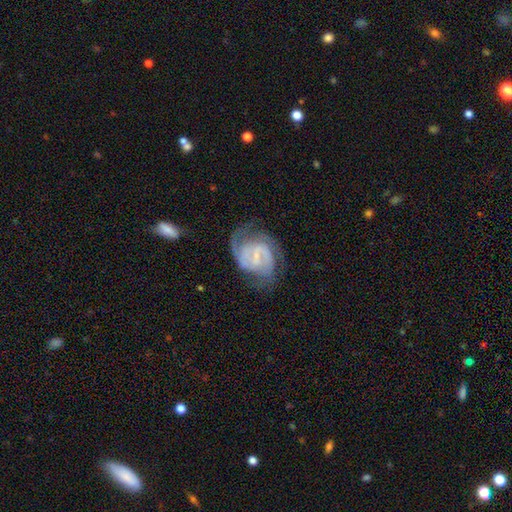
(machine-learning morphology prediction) Q: Smooth or featured?
A: featured or disk (84%); runner-up: smooth (10%)
Q: Edge-on disk?
A: no (98%); runner-up: yes (2%)
Q: Bar?
A: weak (52%); runner-up: no (24%)
Q: Spiral arms?
A: yes (95%); runner-up: no (5%)
Q: Spiral winding?
A: medium (47%); runner-up: tight (39%)
Q: Spiral arm count?
A: 2 (61%); runner-up: can't tell (16%)
Q: Bulge size?
A: small (55%); runner-up: none (30%)
Q: Merging?
A: none (60%); runner-up: minor disturbance (20%)